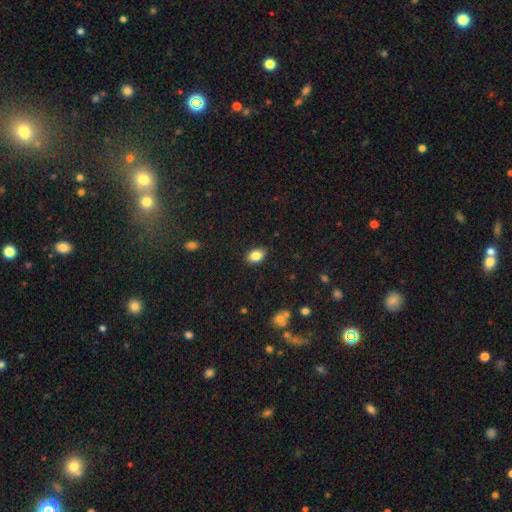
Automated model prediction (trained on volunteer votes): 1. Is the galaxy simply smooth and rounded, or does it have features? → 85% smooth, 9% star or artifact, 6% featured or disk.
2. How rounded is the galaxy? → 77% in between, 22% round, 1% cigar-shaped.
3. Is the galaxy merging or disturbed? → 86% none, 10% minor disturbance, 2% major disturbance, 1% merger.